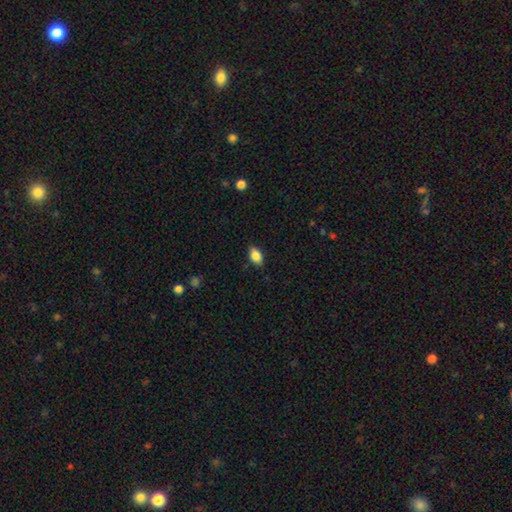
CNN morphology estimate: smooth_or_featured: smooth (p=0.83) [alt: featured or disk p=0.09]
how_rounded: in between (p=0.89) [alt: round p=0.07]
merging: none (p=0.84) [alt: minor disturbance p=0.12]